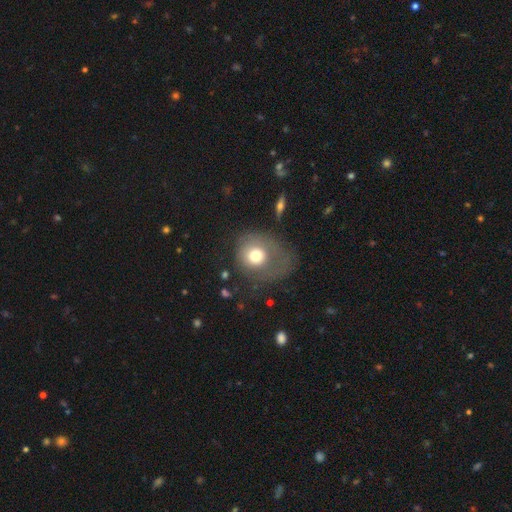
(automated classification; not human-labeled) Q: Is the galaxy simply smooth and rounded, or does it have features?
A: smooth — 64%.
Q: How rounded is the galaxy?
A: round — 77%.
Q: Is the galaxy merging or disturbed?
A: major disturbance — 44%.